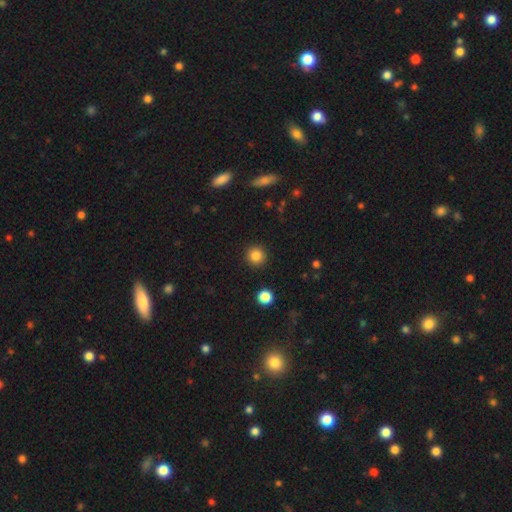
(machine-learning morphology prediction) smooth 84%, star or artifact 11%, featured or disk 5%. Down the decision tree: how rounded — round (94%); merging — none (92%).